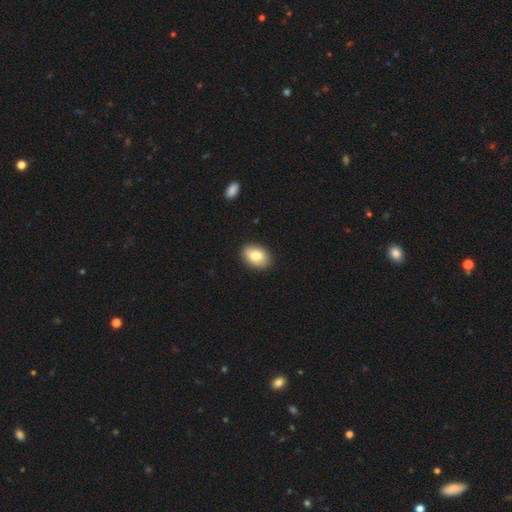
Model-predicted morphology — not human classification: smooth_or_featured: smooth (p=0.84) [alt: featured or disk p=0.09]
how_rounded: in between (p=0.84) [alt: round p=0.14]
merging: none (p=0.89) [alt: minor disturbance p=0.08]